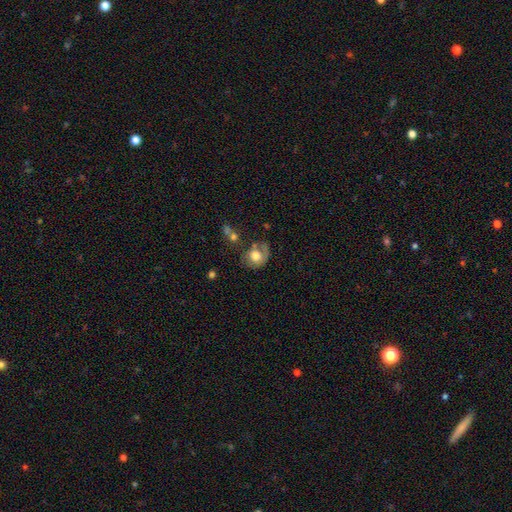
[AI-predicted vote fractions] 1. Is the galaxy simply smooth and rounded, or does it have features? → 66% smooth, 26% featured or disk, 9% star or artifact.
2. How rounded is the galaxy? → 65% round, 34% in between, 1% cigar-shaped.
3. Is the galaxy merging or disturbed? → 42% none, 26% minor disturbance, 20% major disturbance, 12% merger.